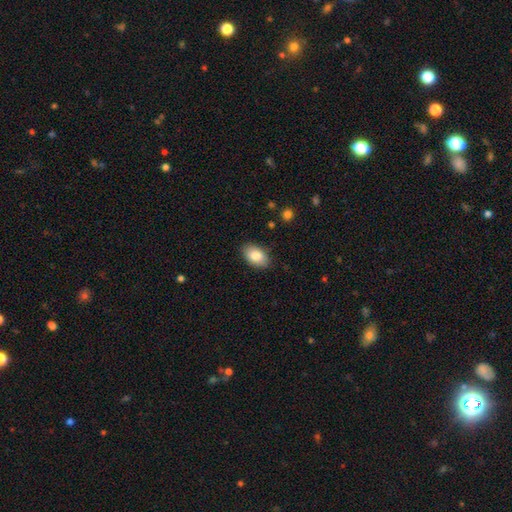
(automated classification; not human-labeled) This is clearly a smooth galaxy (84%). How rounded: clearly in between (90%). Merging: clearly none (87%).